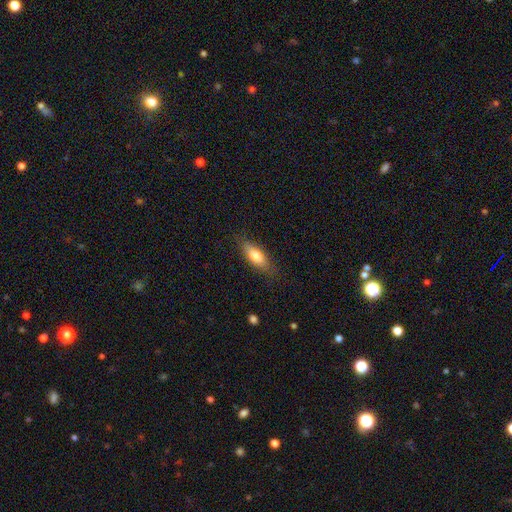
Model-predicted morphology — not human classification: Smooth or featured?
  - smooth: 76% *
  - featured or disk: 18%
  - star or artifact: 6%
How rounded?
  - in between: 66% *
  - cigar-shaped: 31%
  - round: 3%
Merging?
  - none: 81% *
  - minor disturbance: 14%
  - major disturbance: 3%
  - merger: 1%